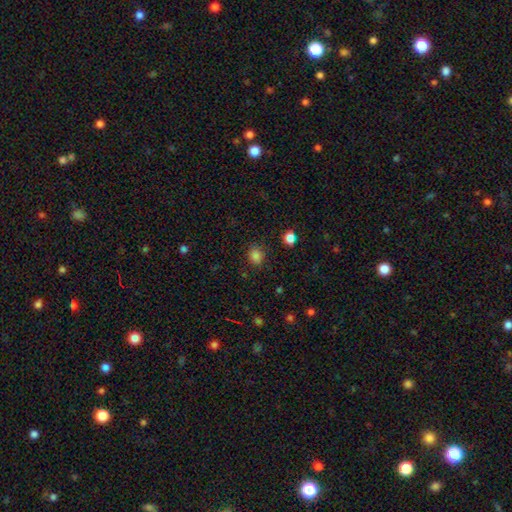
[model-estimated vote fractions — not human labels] This is clearly a smooth galaxy (83%). How rounded: possibly round (57%). Merging: clearly none (83%).